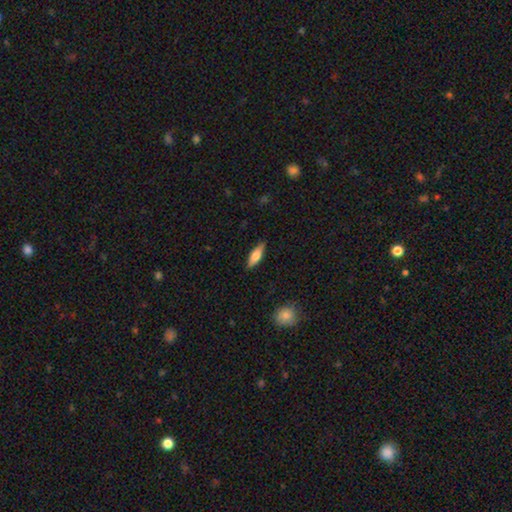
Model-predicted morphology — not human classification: smooth-or-featured: smooth: 66% | featured or disk: 28% | star or artifact: 6%
  how-rounded: in between: 54% | cigar-shaped: 44% | round: 2%
  merging: none: 87% | minor disturbance: 9% | major disturbance: 2% | merger: 1%